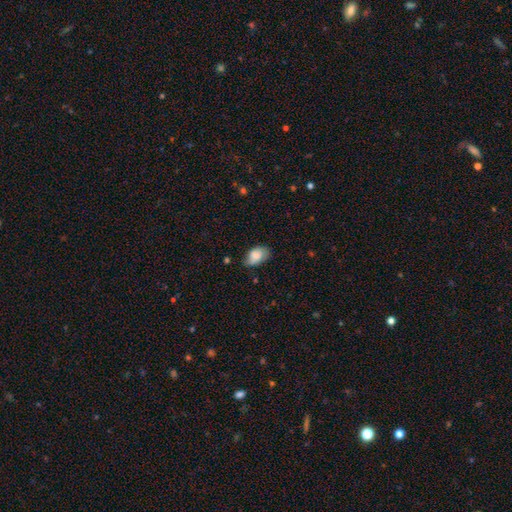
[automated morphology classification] Smooth or featured? smooth (82%)
How rounded? in between (88%)
Merging? none (60%)